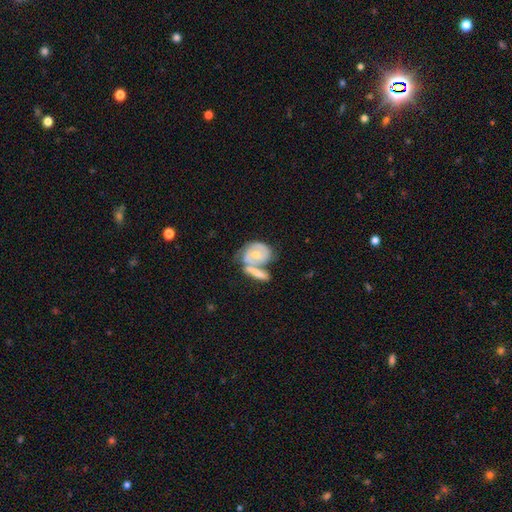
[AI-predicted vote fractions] Smooth or featured: featured or disk — 63% (smooth — 31%)
Edge-on disk: no — 94% (yes — 6%)
Bar: no — 74% (weak — 20%)
Spiral arms: yes — 72% (no — 28%)
Bulge size: moderate — 55% (small — 38%)
Merging: merger — 48% (none — 28%)